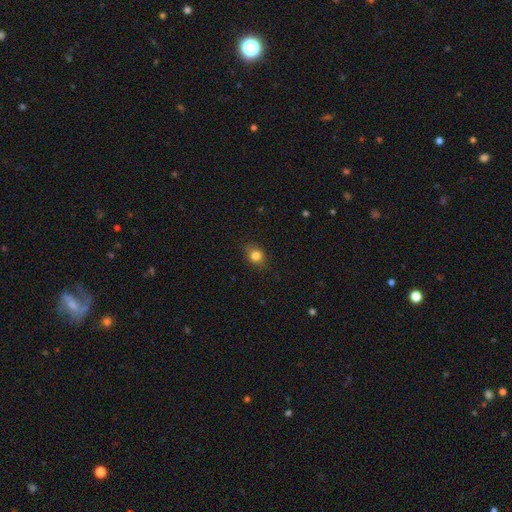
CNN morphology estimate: Smooth or featured?
  - smooth: 81% *
  - star or artifact: 11%
  - featured or disk: 7%
How rounded?
  - round: 69% *
  - in between: 29%
  - cigar-shaped: 1%
Merging?
  - none: 79% *
  - minor disturbance: 17%
  - major disturbance: 4%
  - merger: 1%